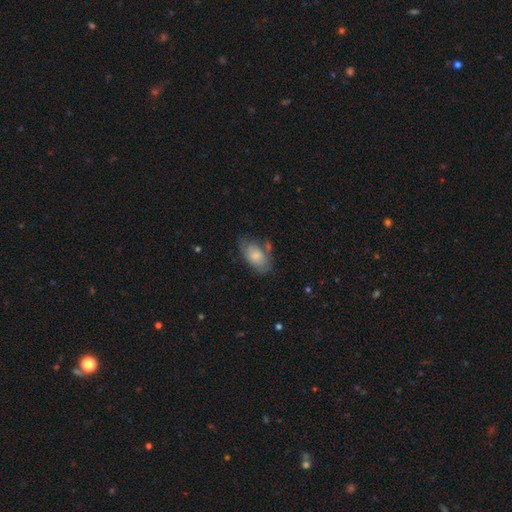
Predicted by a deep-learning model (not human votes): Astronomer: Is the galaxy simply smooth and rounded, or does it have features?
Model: smooth — 71%.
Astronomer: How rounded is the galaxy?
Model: in between — 93%.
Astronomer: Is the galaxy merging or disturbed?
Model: none — 53% (runner-up: minor disturbance, 28%).